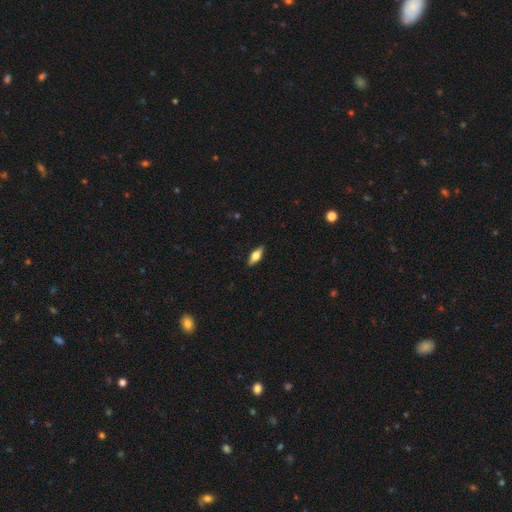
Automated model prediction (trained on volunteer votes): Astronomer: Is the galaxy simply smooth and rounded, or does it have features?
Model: smooth — 58% (runner-up: featured or disk, 36%).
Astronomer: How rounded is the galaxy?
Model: in between — 67%.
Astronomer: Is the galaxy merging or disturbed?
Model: none — 89%.